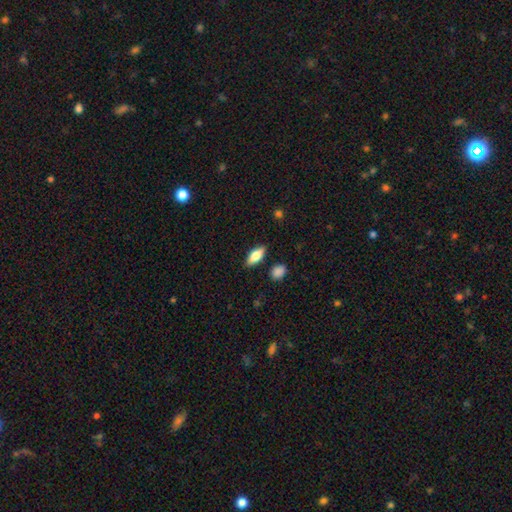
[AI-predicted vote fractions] smooth_or_featured: smooth (p=0.68) [alt: featured or disk p=0.25]
how_rounded: in between (p=0.77) [alt: cigar-shaped p=0.20]
merging: none (p=0.85) [alt: minor disturbance p=0.10]